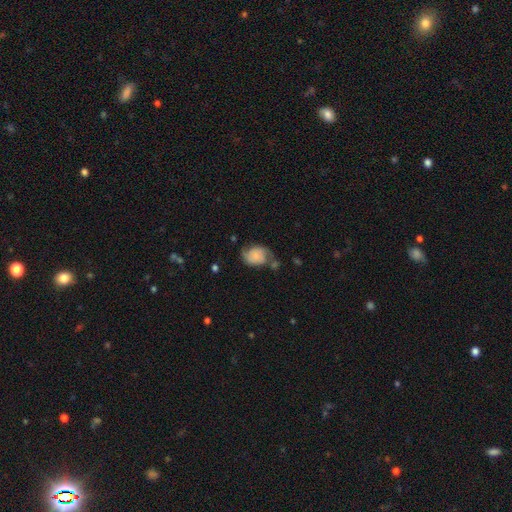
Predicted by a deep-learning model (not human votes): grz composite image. It shows a featured or disk galaxy (47%). Merging: none (44%).